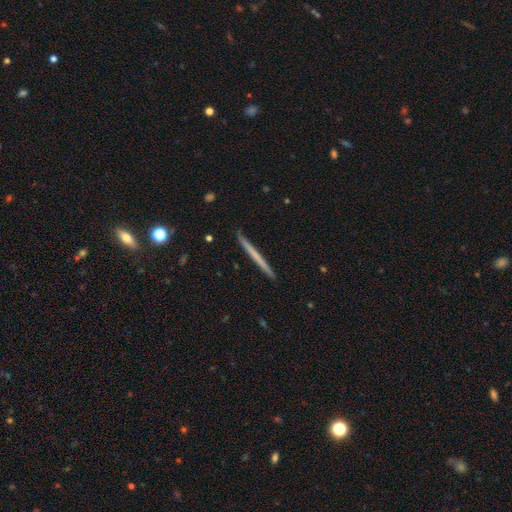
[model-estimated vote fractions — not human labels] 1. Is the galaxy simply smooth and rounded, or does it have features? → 52% smooth, 43% featured or disk, 5% star or artifact.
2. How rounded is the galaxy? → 97% cigar-shaped, 1% in between, 1% round.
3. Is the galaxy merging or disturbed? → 93% none, 5% minor disturbance, 1% major disturbance, 1% merger.